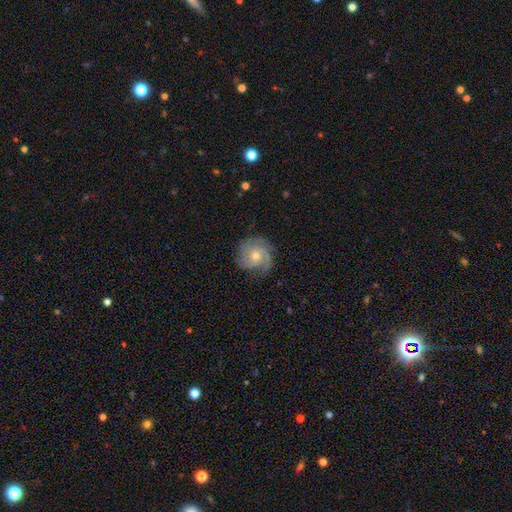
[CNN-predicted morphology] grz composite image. It shows a featured or disk galaxy (74%) with no bar (76%), 3 (37%) tight (55%) spiral arms (94%) and a moderate central bulge (64%). Merging: none (76%).